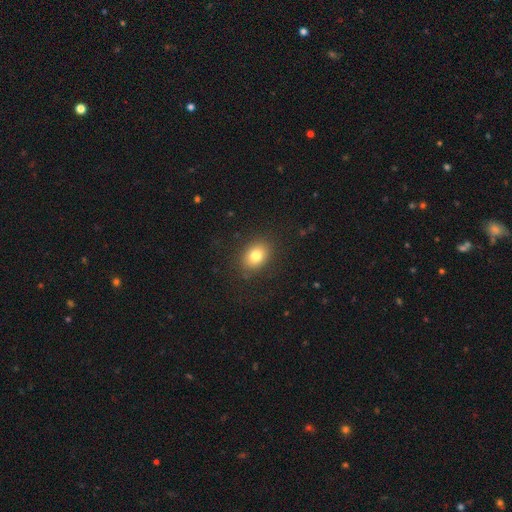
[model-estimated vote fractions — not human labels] smooth-or-featured: smooth: 80% | star or artifact: 10% | featured or disk: 10%
  how-rounded: in between: 61% | round: 39% | cigar-shaped: 1%
  merging: none: 86% | minor disturbance: 9% | major disturbance: 3% | merger: 1%